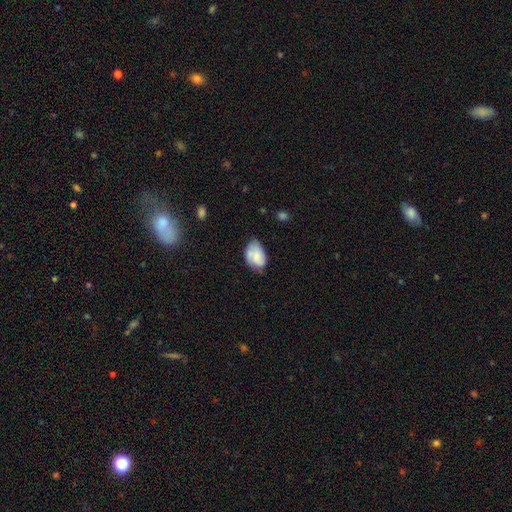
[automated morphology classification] A smooth galaxy with no disk features (64%) that is in between round and cigar-shaped (88%).

Vote fractions:
- Smooth or featured? smooth: 64% / featured or disk: 28% / star or artifact: 8%
- How rounded? in between: 88% / round: 11% / cigar-shaped: 1%
- Merging? none: 51% / minor disturbance: 35% / major disturbance: 10% / merger: 4%